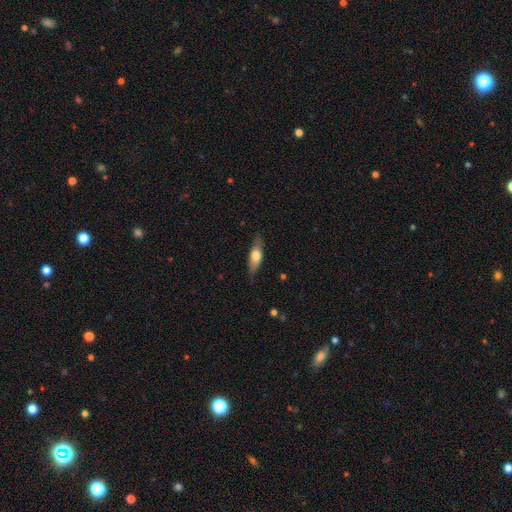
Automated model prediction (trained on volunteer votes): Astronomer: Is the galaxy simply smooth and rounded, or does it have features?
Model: smooth — 58% (runner-up: featured or disk, 36%).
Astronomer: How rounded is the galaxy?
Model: in between — 55% (runner-up: cigar-shaped, 42%).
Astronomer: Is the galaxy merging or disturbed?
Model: none — 78%.